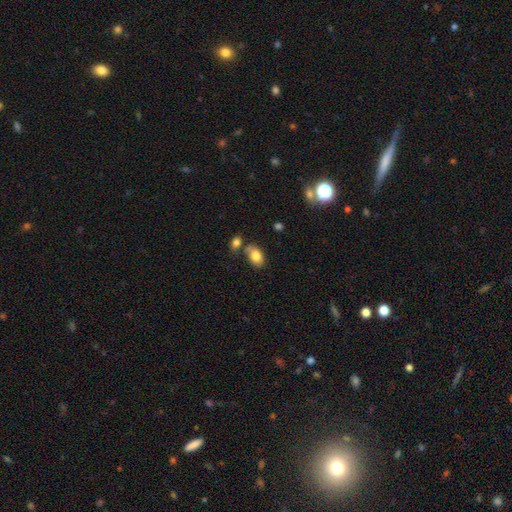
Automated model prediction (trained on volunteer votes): A smooth galaxy with no disk features (82%) that is in between round and cigar-shaped (89%).

Vote fractions:
- Smooth or featured? smooth: 82% / featured or disk: 11% / star or artifact: 8%
- How rounded? in between: 89% / round: 9% / cigar-shaped: 1%
- Merging? none: 62% / merger: 19% / minor disturbance: 15% / major disturbance: 4%